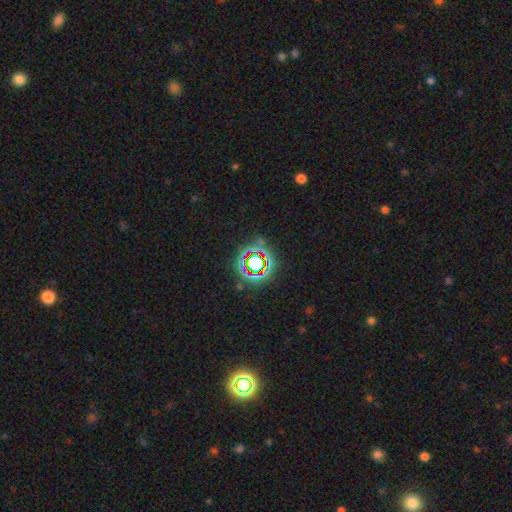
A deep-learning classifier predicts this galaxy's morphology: This appears to be a star or artifact, not a galaxy (76%).